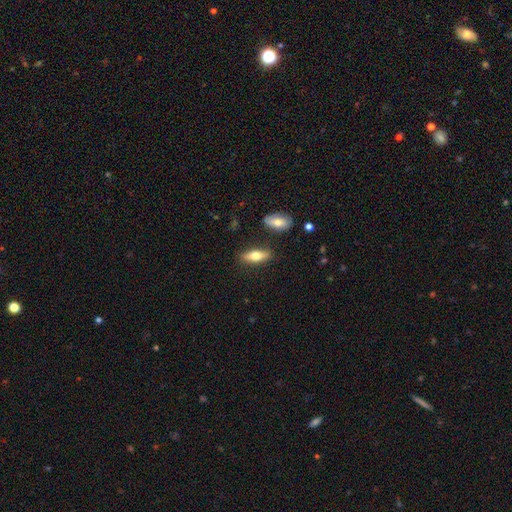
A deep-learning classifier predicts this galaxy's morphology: This appears to be a smooth galaxy with no disk features (66%) that is in between round and cigar-shaped (62%). Merging: none (82%).